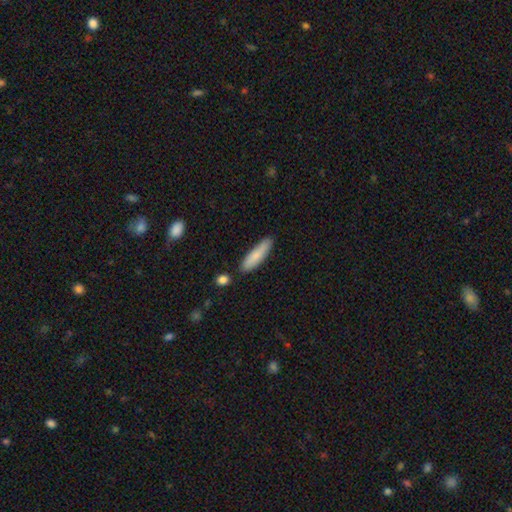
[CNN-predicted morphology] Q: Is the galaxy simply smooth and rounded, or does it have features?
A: smooth — 81%.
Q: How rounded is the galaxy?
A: cigar-shaped — 71%.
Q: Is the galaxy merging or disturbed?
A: none — 82%.